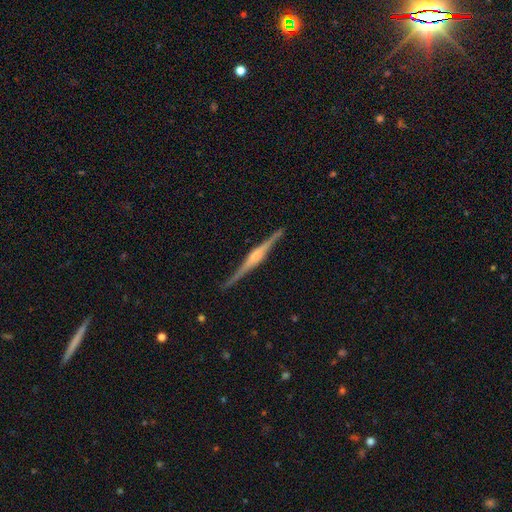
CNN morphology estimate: Overall: featured or disk (84%). Edge-on disk: yes (98%). Edge-on bulge: rounded (53%; boxy 37%). Merging: none (89%).